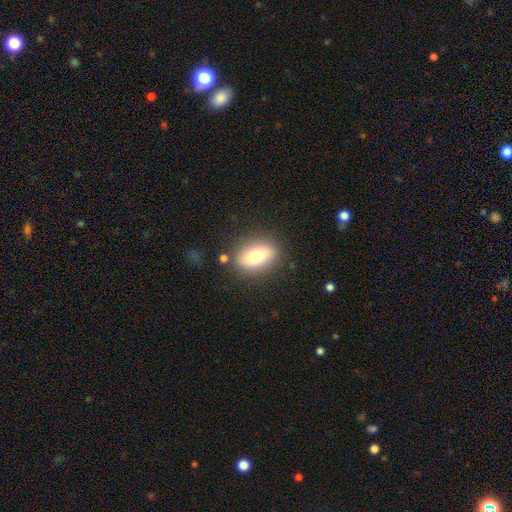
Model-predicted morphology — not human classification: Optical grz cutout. It shows a smooth galaxy with no disk features (72%) that is in between round and cigar-shaped (80%). Merging: none (82%).